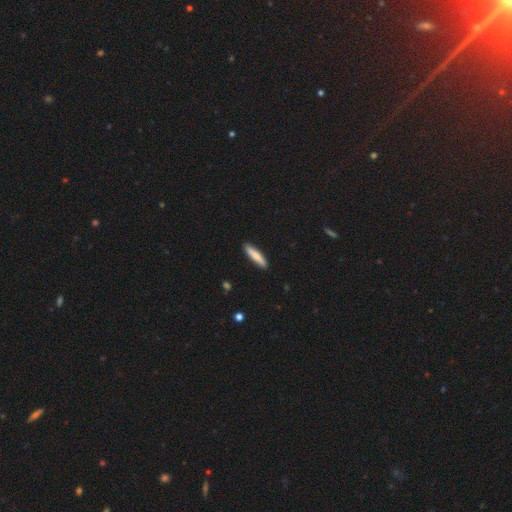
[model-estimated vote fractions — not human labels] smooth-or-featured: smooth: 73% | featured or disk: 21% | star or artifact: 6%
  how-rounded: cigar-shaped: 84% | in between: 14% | round: 1%
  merging: none: 89% | minor disturbance: 8% | major disturbance: 1% | merger: 1%